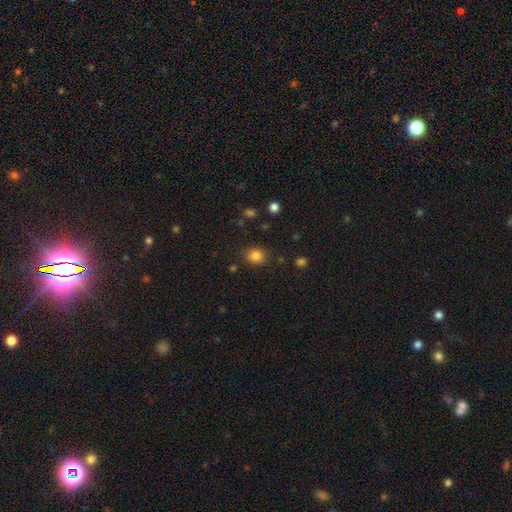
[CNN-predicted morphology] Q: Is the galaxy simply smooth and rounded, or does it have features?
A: smooth — 83%.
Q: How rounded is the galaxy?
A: round — 67%.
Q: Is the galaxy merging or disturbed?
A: none — 84%.